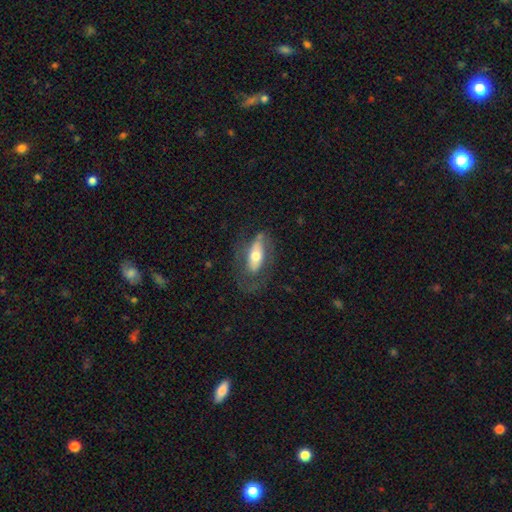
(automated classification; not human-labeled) Smooth or featured: smooth — 47% (tied with featured or disk — 47%)
Merging: none — 58% (minor disturbance — 21%)